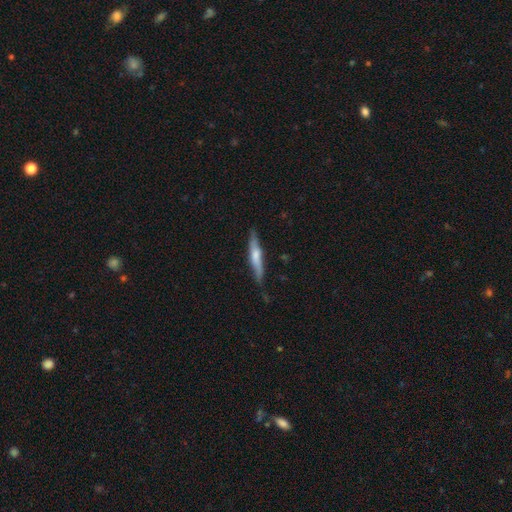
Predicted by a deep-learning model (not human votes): Smooth or featured?
  - smooth: 51% *
  - featured or disk: 43%
  - star or artifact: 6%
How rounded?
  - cigar-shaped: 88% *
  - in between: 10%
  - round: 2%
Merging?
  - none: 75% *
  - minor disturbance: 20%
  - major disturbance: 3%
  - merger: 2%